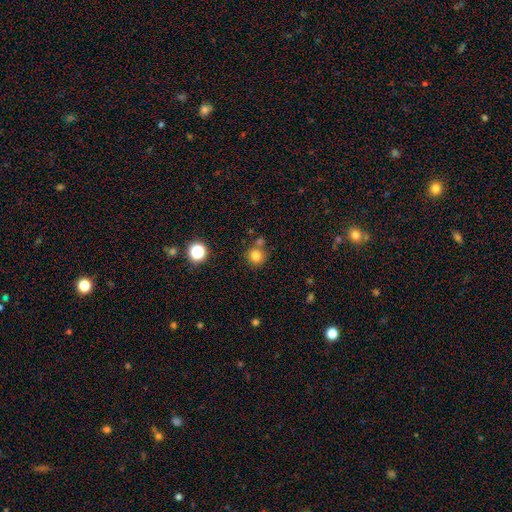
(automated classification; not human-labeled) The model was most divided on "merging": none: 71%, merger: 16%, minor disturbance: 10%, major disturbance: 3%. More confident: how rounded — round (91%); smooth or featured — smooth (80%).